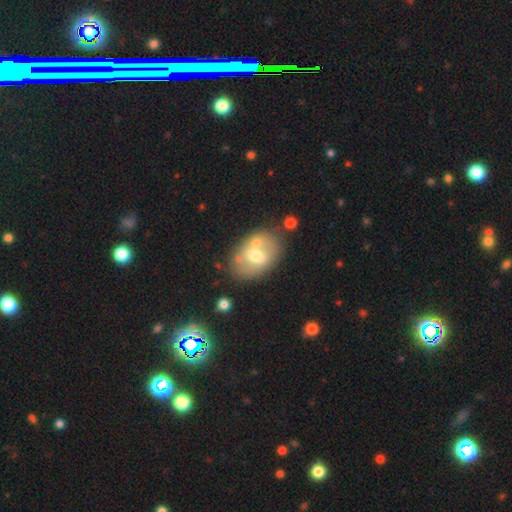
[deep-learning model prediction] Smooth or featured? Predicted: smooth (p=0.51). How rounded? Predicted: in between (p=0.80). Merging? Predicted: none (p=0.60).